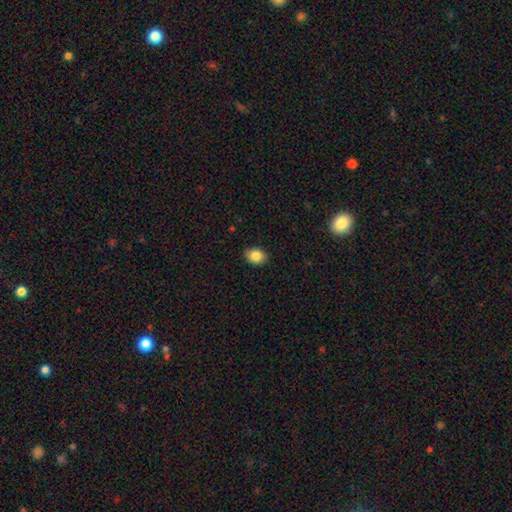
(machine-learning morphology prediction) This is clearly a smooth galaxy (86%). How rounded: likely in between (71%). Merging: clearly none (89%).